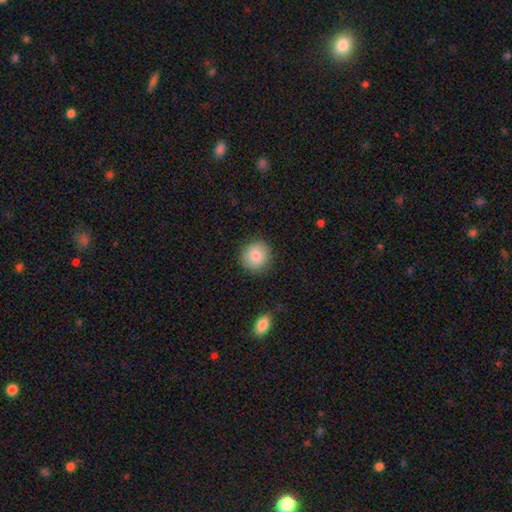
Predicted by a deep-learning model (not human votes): A smooth galaxy with no disk features (84%) that is round (91%).

Vote fractions:
- Smooth or featured? smooth: 84% / featured or disk: 9% / star or artifact: 8%
- How rounded? round: 91% / in between: 8% / cigar-shaped: 1%
- Merging? none: 88% / minor disturbance: 8% / major disturbance: 2% / merger: 1%